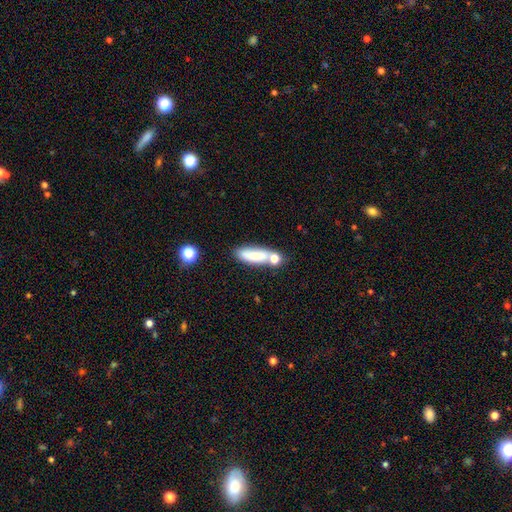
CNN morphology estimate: smooth_or_featured: smooth (p=0.70) [alt: featured or disk p=0.21]
how_rounded: in between (p=0.51) [alt: cigar-shaped p=0.45]
merging: none (p=0.53) [alt: merger p=0.26]